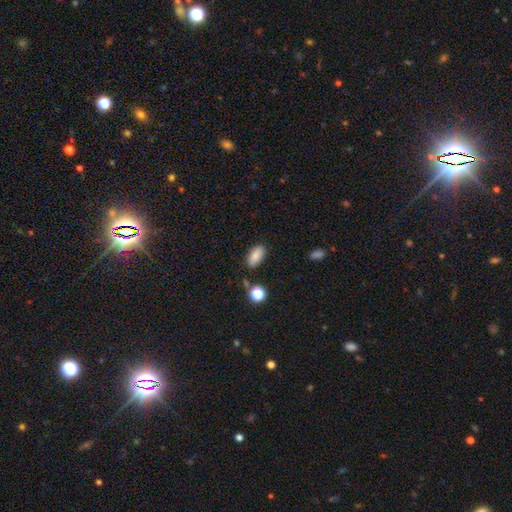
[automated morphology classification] A smooth galaxy with no disk features (86%) that is in between round and cigar-shaped (87%). Merging: none (84%).